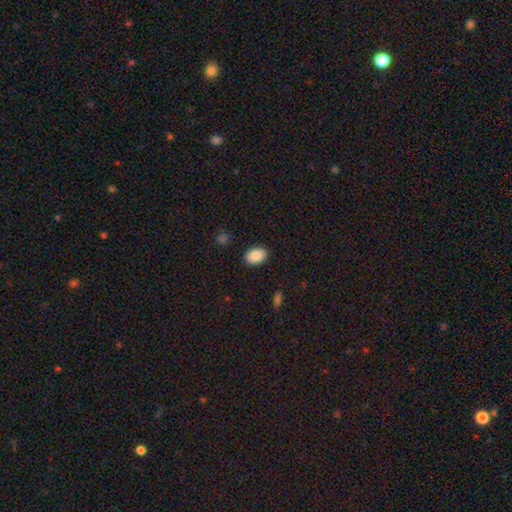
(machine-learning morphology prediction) This appears to be a smooth galaxy with no disk features (89%) that is in between round and cigar-shaped (83%). Merging: none (89%).